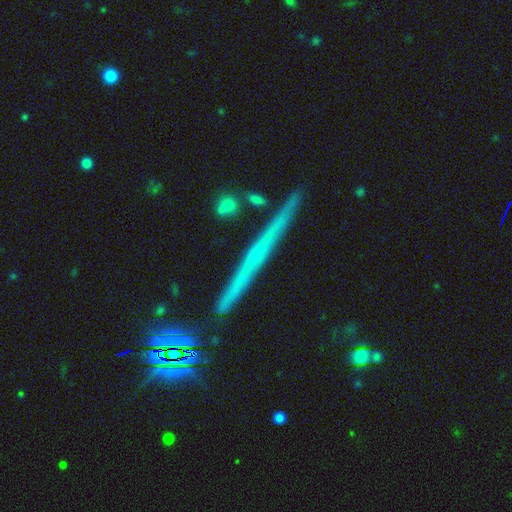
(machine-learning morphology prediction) Smooth or featured? Predicted: featured or disk (p=0.66). Edge-on disk? Predicted: yes (p=0.97). Edge-on bulge? Predicted: none (p=0.71). Merging? Predicted: none (p=0.89).